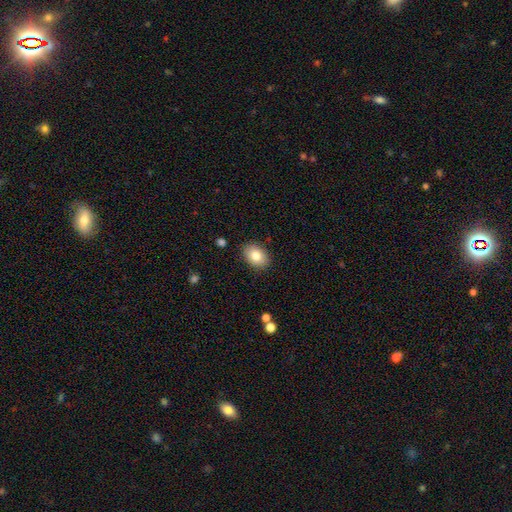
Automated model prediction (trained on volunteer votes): Q: Smooth or featured?
A: smooth (82%); runner-up: featured or disk (10%)
Q: How rounded?
A: in between (78%); runner-up: round (21%)
Q: Merging?
A: none (87%); runner-up: minor disturbance (9%)